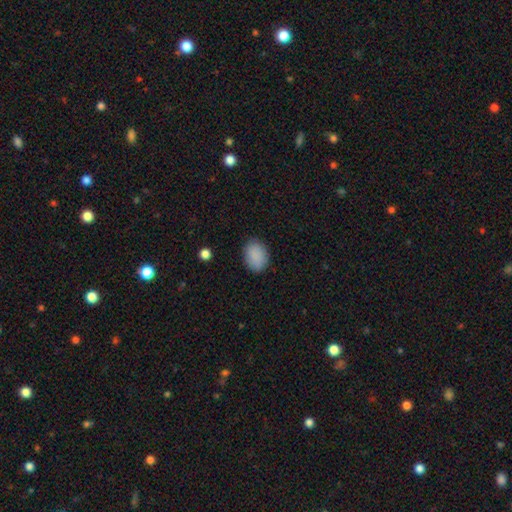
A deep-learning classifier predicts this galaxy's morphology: smooth_or_featured: smooth (p=0.89) [alt: star or artifact p=0.07]
how_rounded: in between (p=0.72) [alt: round p=0.27]
merging: none (p=0.86) [alt: minor disturbance p=0.11]